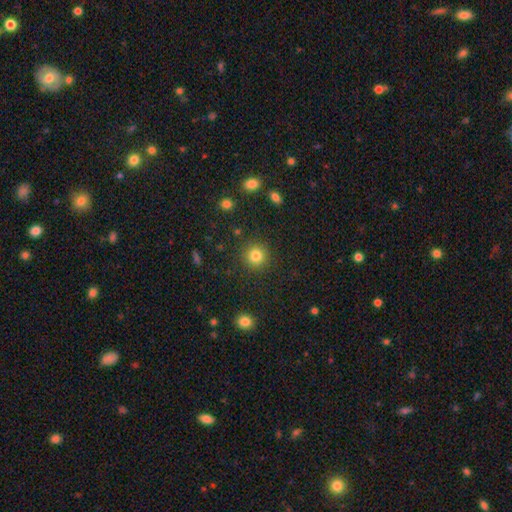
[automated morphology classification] Q: Smooth or featured?
A: smooth (83%); runner-up: star or artifact (12%)
Q: How rounded?
A: round (93%); runner-up: in between (6%)
Q: Merging?
A: none (90%); runner-up: minor disturbance (6%)